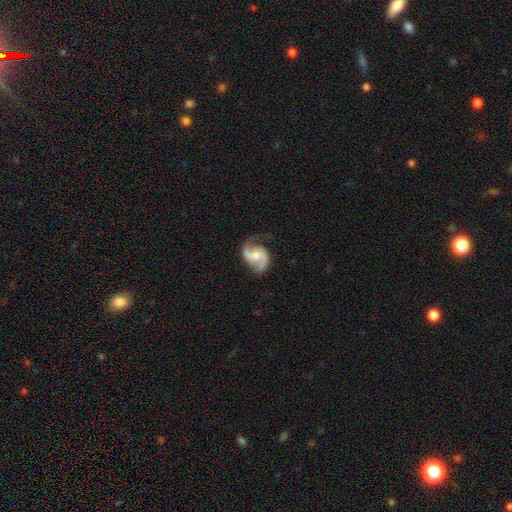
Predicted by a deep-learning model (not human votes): featured or disk 82%, smooth 13%, star or artifact 5%. Down the decision tree: edge-on disk — no (98%); bar — no (53%); spiral arms — yes (96%); spiral arm count — 2 (89%); spiral winding — medium (50%); bulge size — moderate (53%); merging — none (63%).